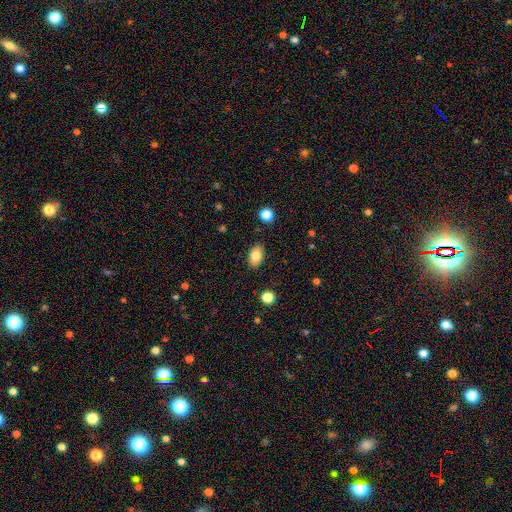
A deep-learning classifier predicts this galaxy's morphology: This is clearly a smooth galaxy (81%). How rounded: clearly in between (90%). Merging: clearly none (86%).